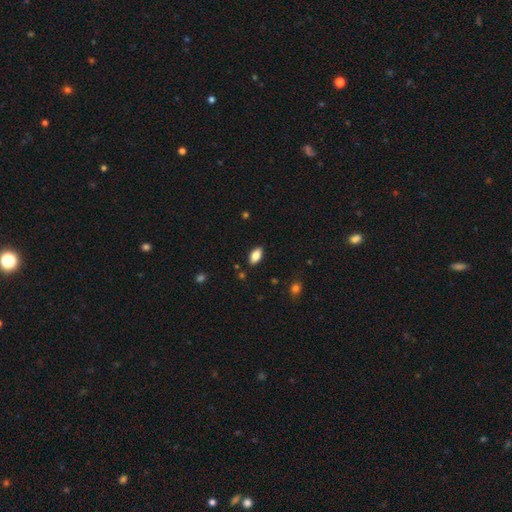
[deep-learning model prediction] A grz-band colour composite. It shows a smooth galaxy with no disk features (83%) that is in between round and cigar-shaped (92%). Merging: none (87%).